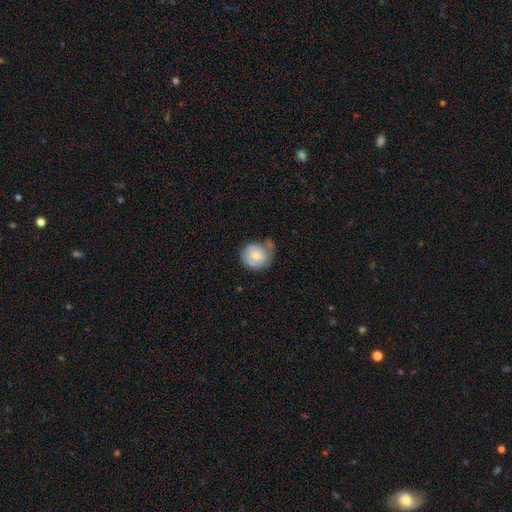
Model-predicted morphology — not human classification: This is possibly a smooth galaxy (57%). How rounded: clearly round (82%). Merging: marginally none (44%).